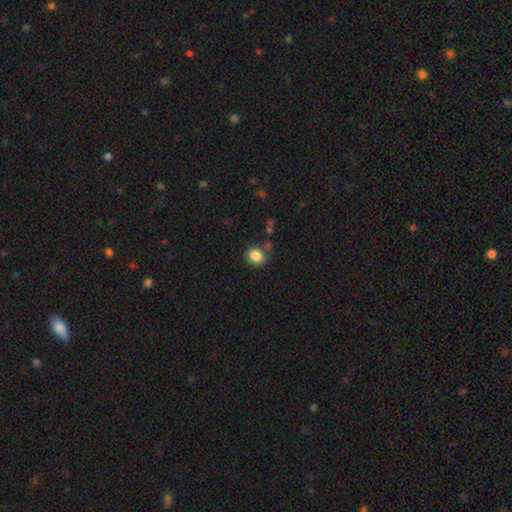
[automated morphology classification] A smooth galaxy with no disk features (85%) that is round (68%).

Vote fractions:
- Smooth or featured? smooth: 85% / star or artifact: 10% / featured or disk: 5%
- How rounded? round: 68% / in between: 31% / cigar-shaped: 1%
- Merging? none: 76% / minor disturbance: 14% / merger: 6% / major disturbance: 4%